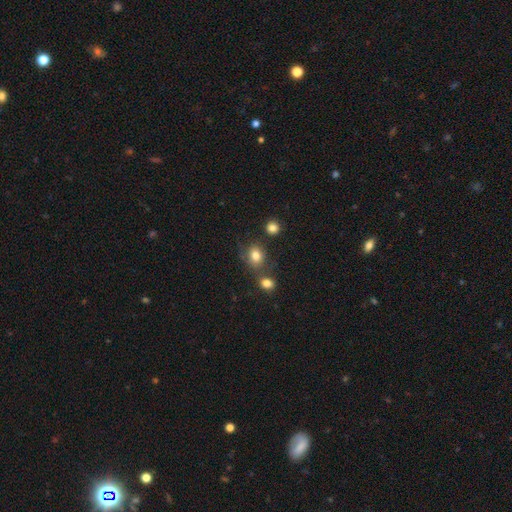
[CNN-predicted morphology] A smooth galaxy with no disk features (79%) that is round (61%). Merging: none (61%).